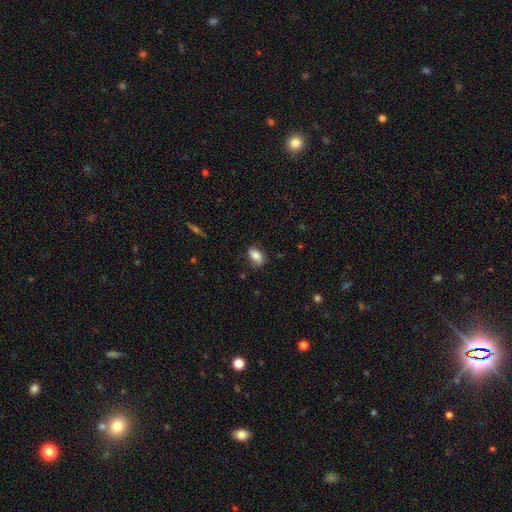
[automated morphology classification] type=smooth (79%); roundness=in between (89%); merging=none (71%).